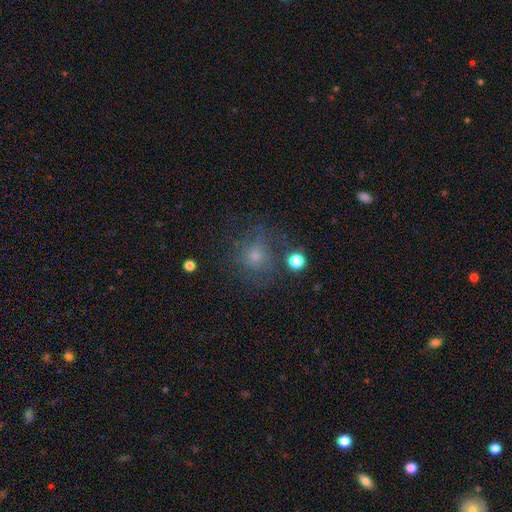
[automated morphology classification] Smooth or featured? Predicted: smooth (p=0.56). How rounded? Predicted: round (p=0.82). Merging? Predicted: none (p=0.62).